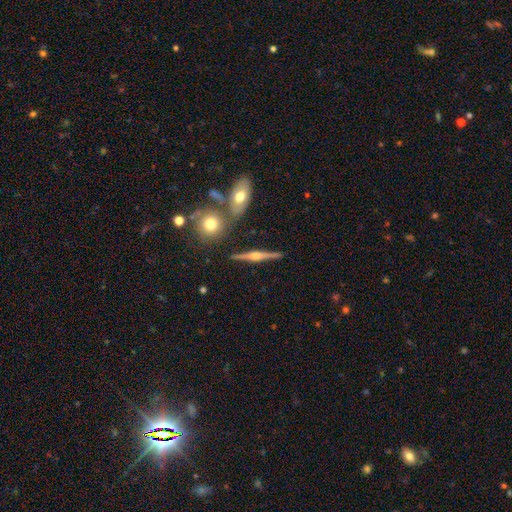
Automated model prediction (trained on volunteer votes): Q: Smooth or featured?
A: featured or disk (81%); runner-up: smooth (13%)
Q: Edge-on disk?
A: yes (97%); runner-up: no (3%)
Q: Edge-on bulge?
A: rounded (92%); runner-up: boxy (5%)
Q: Merging?
A: none (85%); runner-up: minor disturbance (8%)